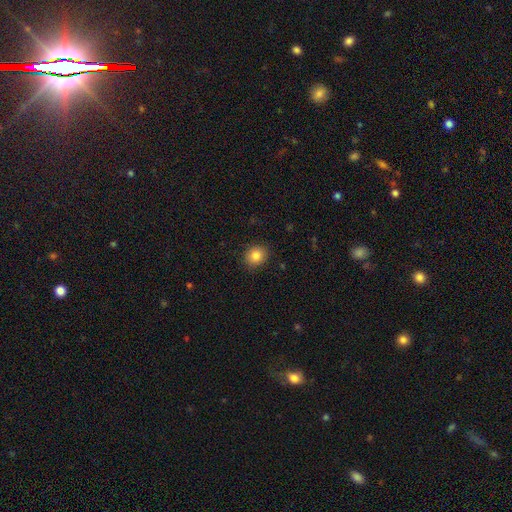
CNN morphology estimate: smooth 84%, star or artifact 10%, featured or disk 6%. Down the decision tree: how rounded — round (73%); merging — none (89%).